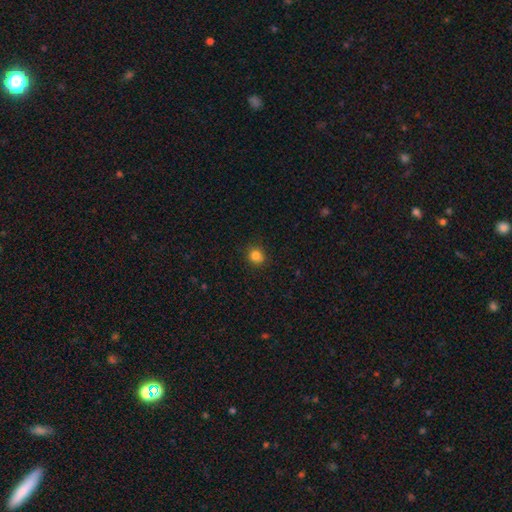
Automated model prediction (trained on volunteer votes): smooth 83%, star or artifact 12%, featured or disk 5%. Down the decision tree: how rounded — round (83%); merging — none (86%).